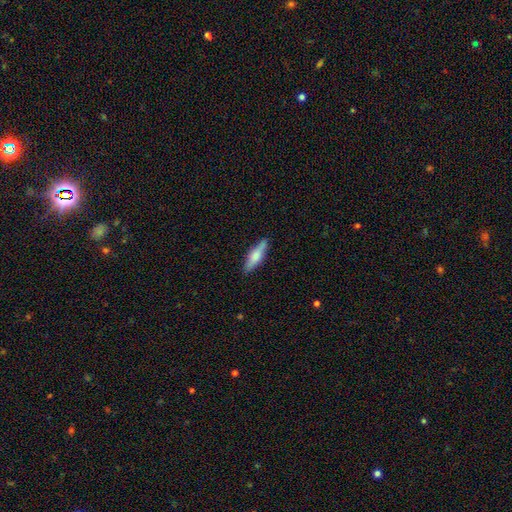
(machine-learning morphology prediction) This appears to be a smooth galaxy with no disk features (60%) that is cigar-shaped (65%). Merging: none (86%).